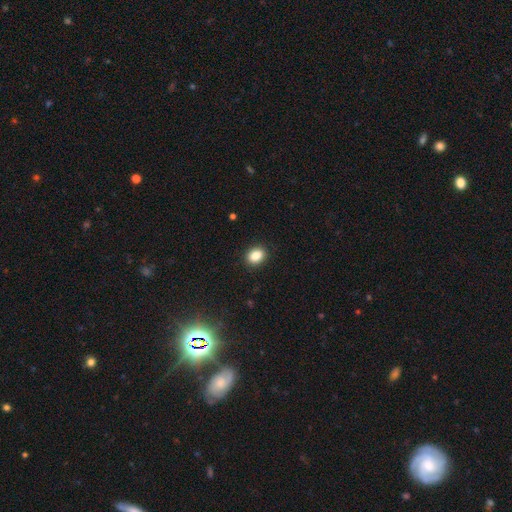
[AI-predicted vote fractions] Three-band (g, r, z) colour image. It shows a smooth galaxy with no disk features (85%) that is in between round and cigar-shaped (57%). Merging: none (90%).